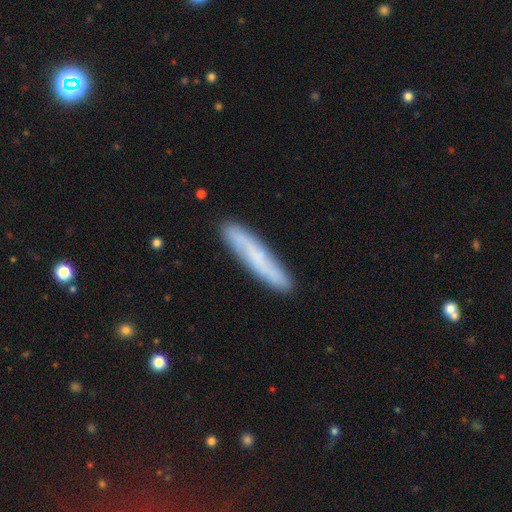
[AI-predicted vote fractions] This is possibly a smooth galaxy (52%). How rounded: clearly cigar-shaped (90%). Merging: clearly none (86%).